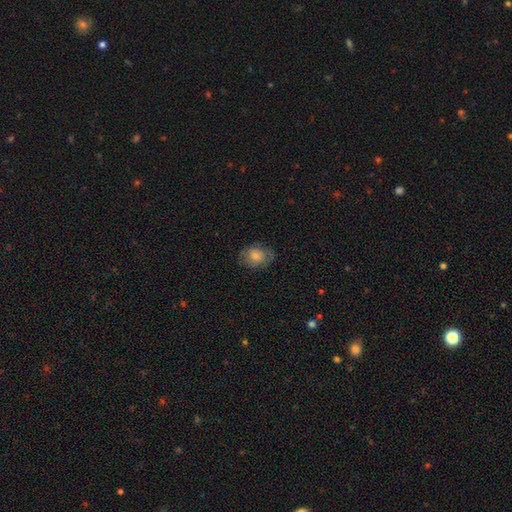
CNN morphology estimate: This appears to be a smooth galaxy with no disk features (65%) that is in between round and cigar-shaped (58%). Merging: none (72%).